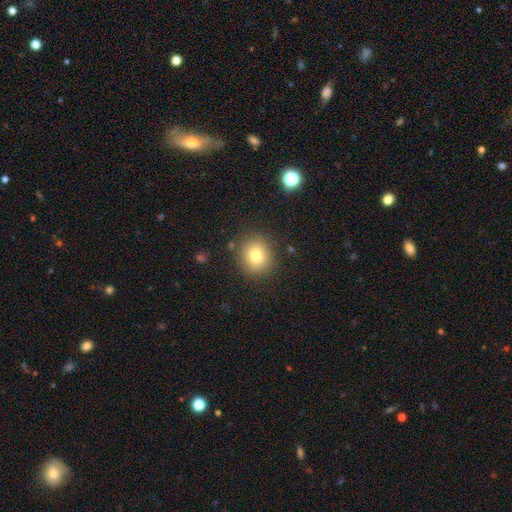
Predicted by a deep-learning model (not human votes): Overall: smooth (79%). How rounded: round (82%). Merging: none (87%).